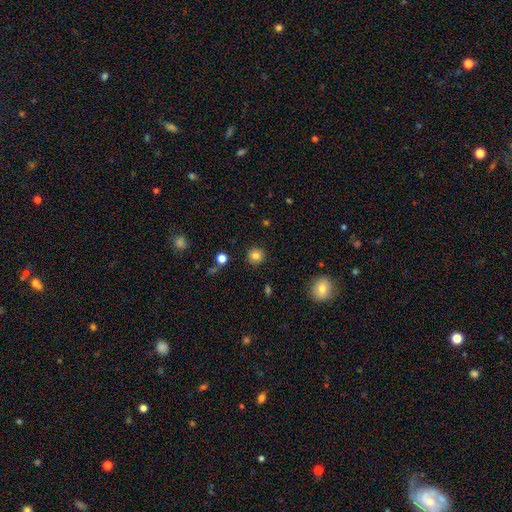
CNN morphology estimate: This is clearly a smooth galaxy (82%). How rounded: clearly round (94%). Merging: clearly none (91%).